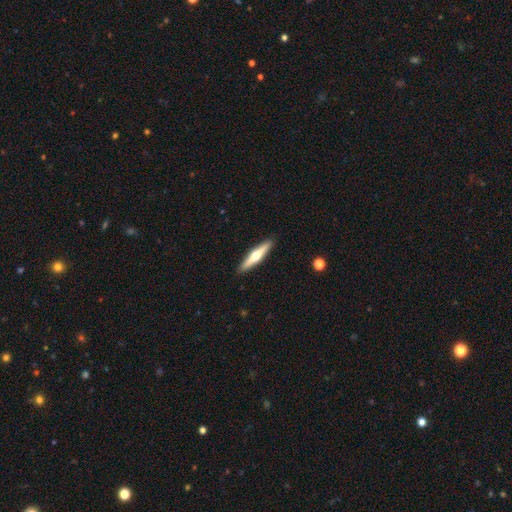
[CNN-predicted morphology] This is possibly a featured or disk galaxy (59%). It is clearly viewed edge-on (95%). Edge-on bulge: clearly rounded (94%). Merging: clearly none (91%).